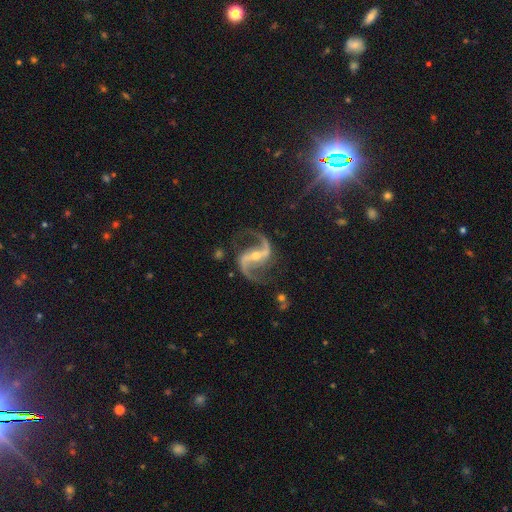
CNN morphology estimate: A featured or disk galaxy (92%) with a strong bar (46%), 2 (94%) loose (57%) spiral arms (98%) and a small central bulge (60%).

Vote fractions:
- Smooth or featured? featured or disk: 92% / star or artifact: 6% / smooth: 2%
- Edge-on disk? no: 98% / yes: 2%
- Bar? strong: 46% / weak: 30% / no: 24%
- Spiral arms? yes: 98% / no: 2%
- Spiral winding? loose: 57% / medium: 36% / tight: 7%
- Spiral arm count? 2: 94% / 1: 1% / can't tell: 1% / 3: 1% / 4: 1% / more than 4: 1%
- Bulge size? small: 60% / moderate: 36% / none: 2% / large: 1% / dominant: 1%
- Merging? none: 79% / minor disturbance: 12% / major disturbance: 6% / merger: 2%